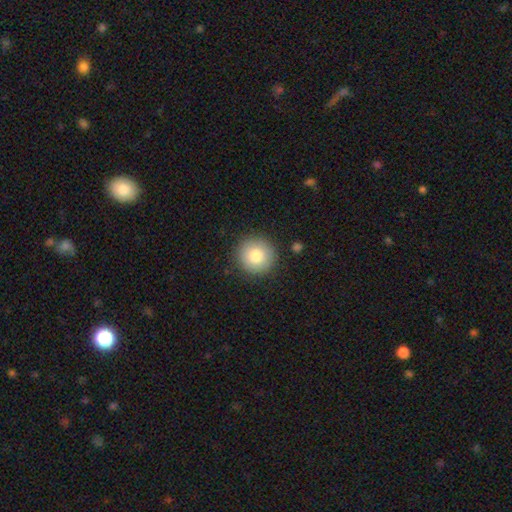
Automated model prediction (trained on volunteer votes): This appears to be a smooth galaxy with no disk features (81%) that is round (96%). Merging: none (90%).